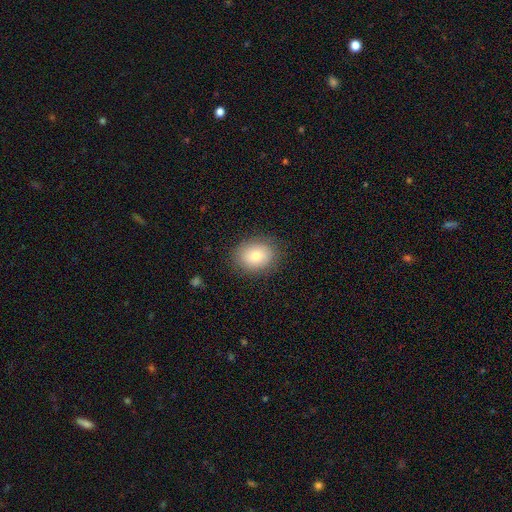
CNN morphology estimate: This is likely a smooth galaxy (78%). How rounded: possibly in between (52%). Merging: clearly none (85%).